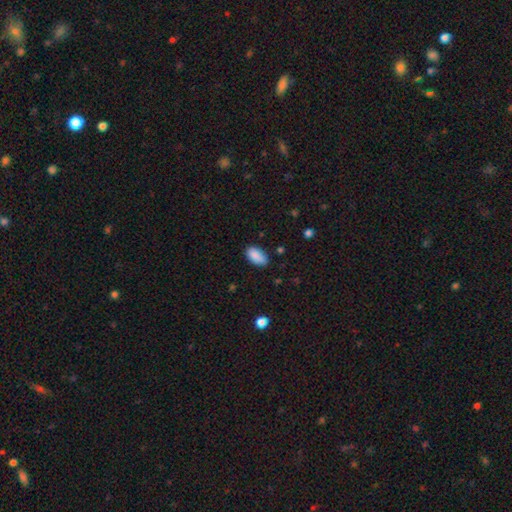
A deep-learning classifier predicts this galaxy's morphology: This is clearly a smooth galaxy (88%). How rounded: clearly in between (94%). Merging: likely none (75%).